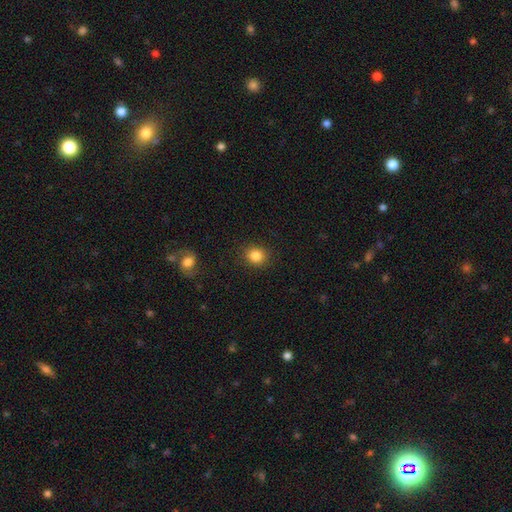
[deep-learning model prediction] Smooth or featured: smooth — 84% (star or artifact — 11%)
How rounded: round — 77% (in between — 22%)
Merging: none — 87% (minor disturbance — 9%)